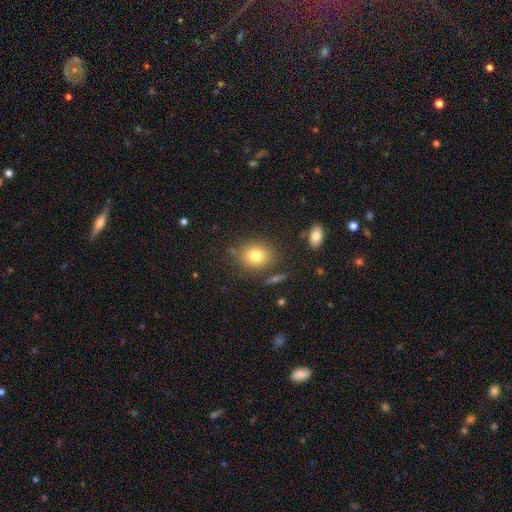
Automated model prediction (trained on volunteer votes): Morphology: type=smooth (79%); roundness=round (70%); merging=none (80%).